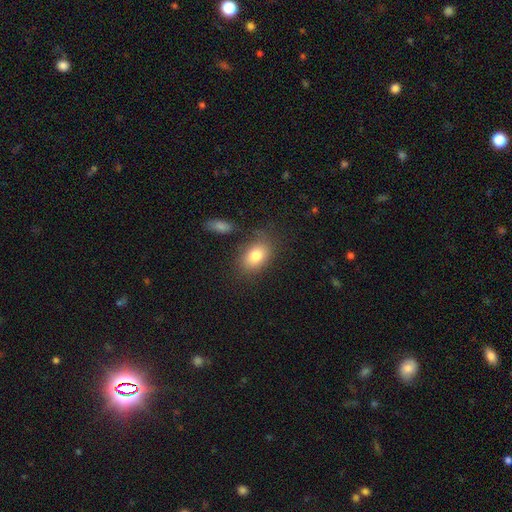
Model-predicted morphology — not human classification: A smooth galaxy with no disk features (80%) that is in between round and cigar-shaped (79%).

Vote fractions:
- Smooth or featured? smooth: 80% / featured or disk: 11% / star or artifact: 9%
- How rounded? in between: 79% / round: 19% / cigar-shaped: 1%
- Merging? none: 74% / minor disturbance: 15% / merger: 6% / major disturbance: 6%